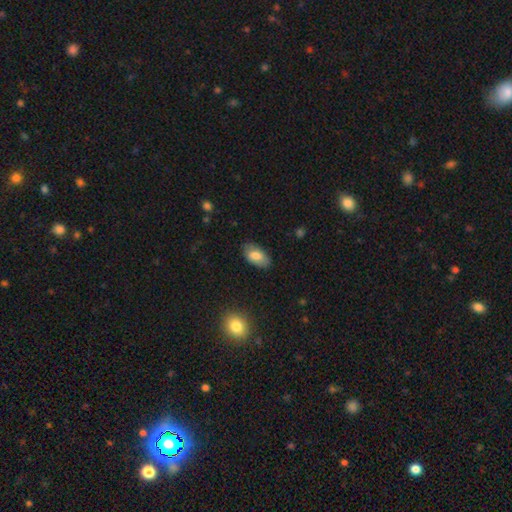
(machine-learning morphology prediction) The model was most divided on "smooth or featured": smooth: 78%, featured or disk: 15%, star or artifact: 7%. More confident: how rounded — in between (94%); merging — none (81%).